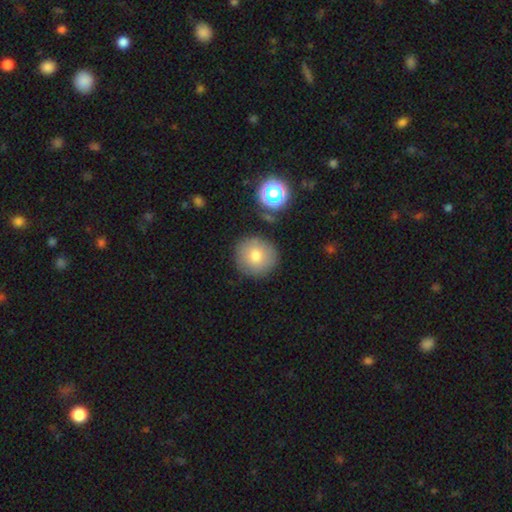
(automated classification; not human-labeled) This is likely a smooth galaxy (77%). How rounded: clearly round (92%). Merging: clearly none (83%).